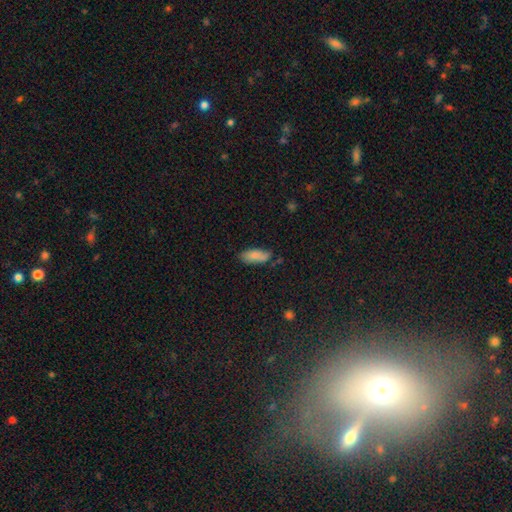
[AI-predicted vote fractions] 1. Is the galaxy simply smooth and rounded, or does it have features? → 82% smooth, 10% featured or disk, 7% star or artifact.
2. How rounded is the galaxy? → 80% in between, 18% cigar-shaped, 2% round.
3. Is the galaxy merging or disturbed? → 66% none, 26% minor disturbance, 5% major disturbance, 3% merger.